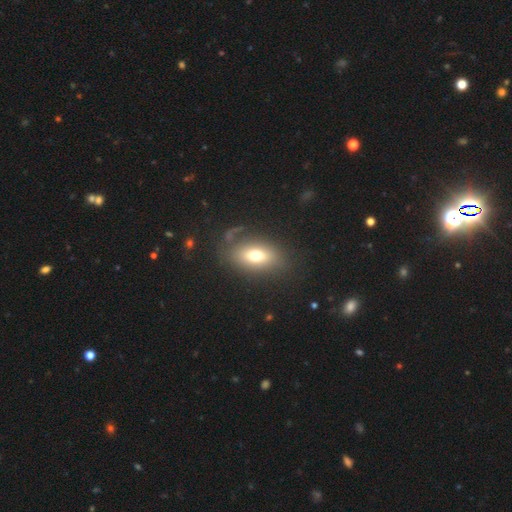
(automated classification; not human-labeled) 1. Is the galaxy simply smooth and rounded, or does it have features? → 68% smooth, 21% featured or disk, 11% star or artifact.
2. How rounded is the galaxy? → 82% in between, 14% round, 5% cigar-shaped.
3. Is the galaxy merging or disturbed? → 71% none, 15% minor disturbance, 11% major disturbance, 4% merger.